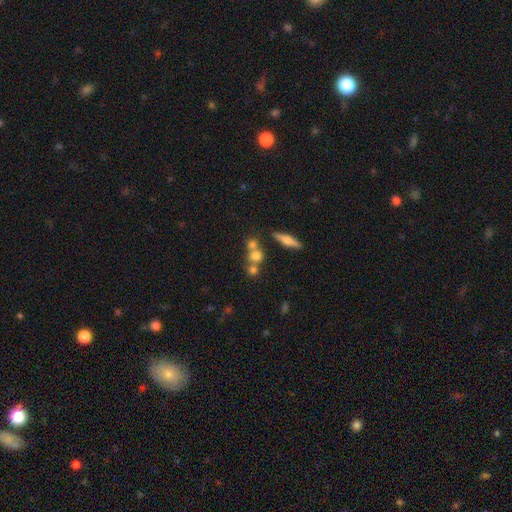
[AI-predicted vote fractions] Q: Smooth or featured?
A: smooth (67%); runner-up: featured or disk (20%)
Q: How rounded?
A: round (77%); runner-up: in between (17%)
Q: Merging?
A: none (47%); runner-up: merger (42%)